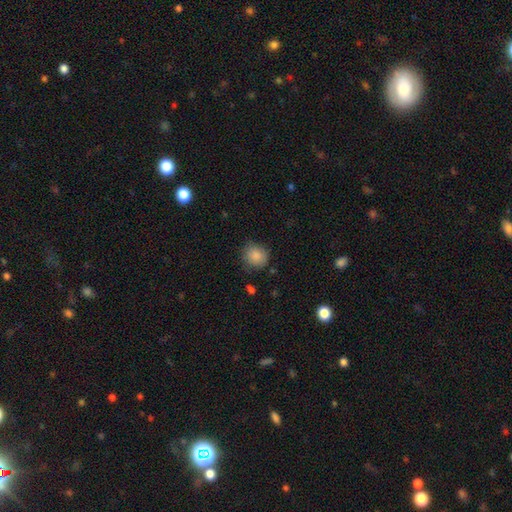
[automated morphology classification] Smooth or featured: smooth — 87% (star or artifact — 9%)
How rounded: round — 80% (in between — 19%)
Merging: none — 78% (minor disturbance — 16%)